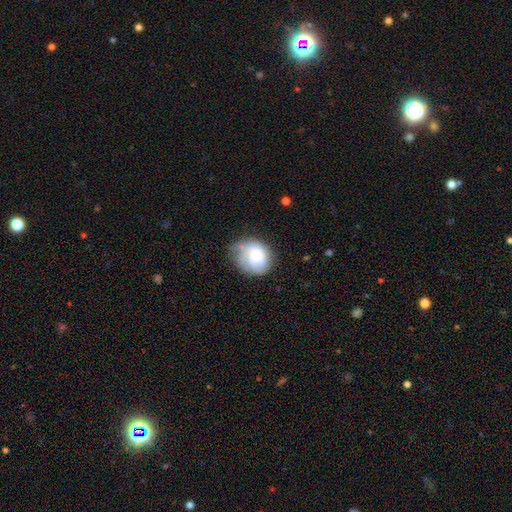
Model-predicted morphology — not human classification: Smooth or featured: smooth — 57% (featured or disk — 35%)
How rounded: round — 57% (in between — 42%)
Merging: none — 46% (minor disturbance — 36%)